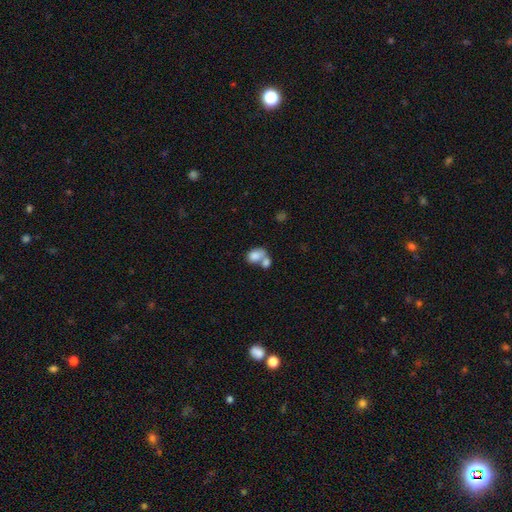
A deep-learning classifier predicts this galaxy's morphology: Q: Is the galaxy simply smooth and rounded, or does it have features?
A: smooth — 80%.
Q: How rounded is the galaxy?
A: in between — 77%.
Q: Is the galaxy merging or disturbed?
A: merger — 63%.